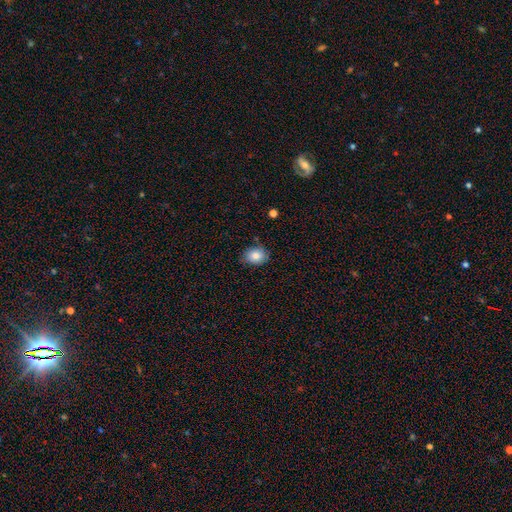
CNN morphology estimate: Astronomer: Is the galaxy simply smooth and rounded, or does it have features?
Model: smooth — 83%.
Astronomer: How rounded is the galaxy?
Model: in between — 55% (runner-up: round, 44%).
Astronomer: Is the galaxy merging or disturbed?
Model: none — 78%.